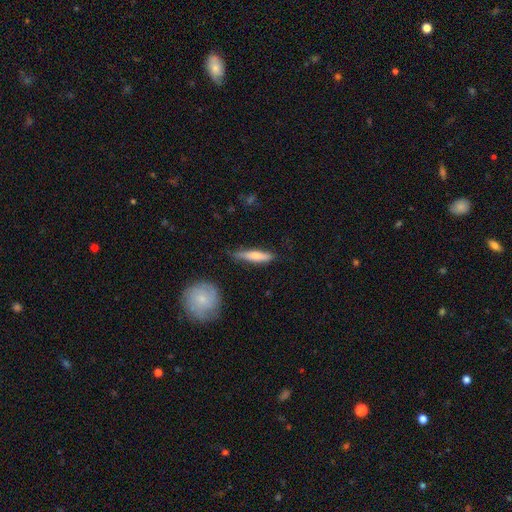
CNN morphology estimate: smooth_or_featured: smooth (p=0.61) [alt: featured or disk p=0.34]
how_rounded: cigar-shaped (p=0.81) [alt: in between p=0.17]
merging: none (p=0.76) [alt: minor disturbance p=0.18]